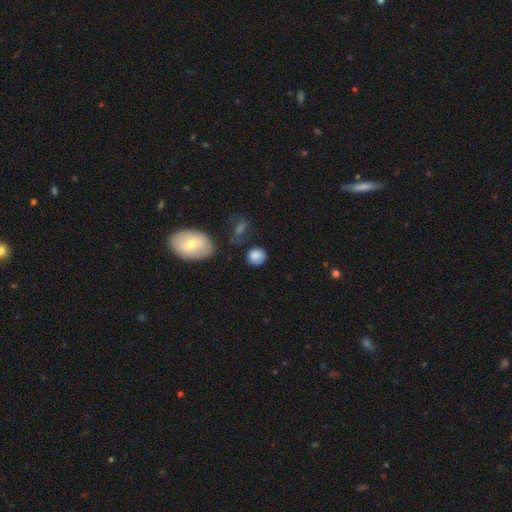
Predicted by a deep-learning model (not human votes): Smooth or featured: smooth — 84% (star or artifact — 9%)
How rounded: round — 80% (in between — 19%)
Merging: none — 72% (minor disturbance — 17%)